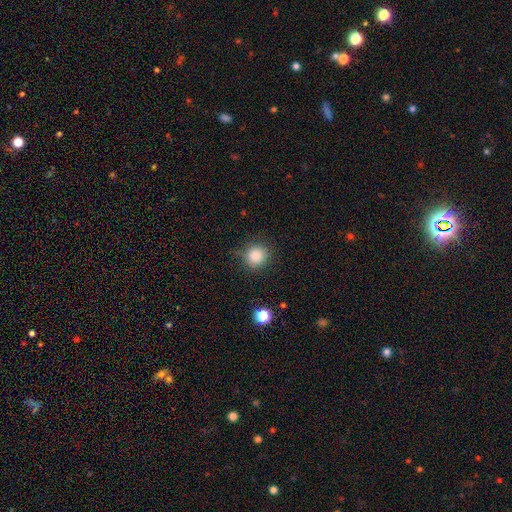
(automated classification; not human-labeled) A smooth galaxy with no disk features (86%) that is round (90%).

Vote fractions:
- Smooth or featured? smooth: 86% / star or artifact: 11% / featured or disk: 4%
- How rounded? round: 90% / in between: 9% / cigar-shaped: 1%
- Merging? none: 81% / minor disturbance: 13% / major disturbance: 4% / merger: 2%